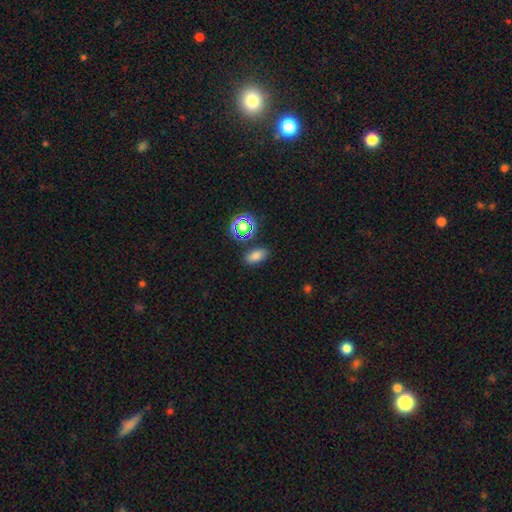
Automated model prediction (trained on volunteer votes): Overall: smooth (74%). How rounded: in between (86%). Merging: none (81%).